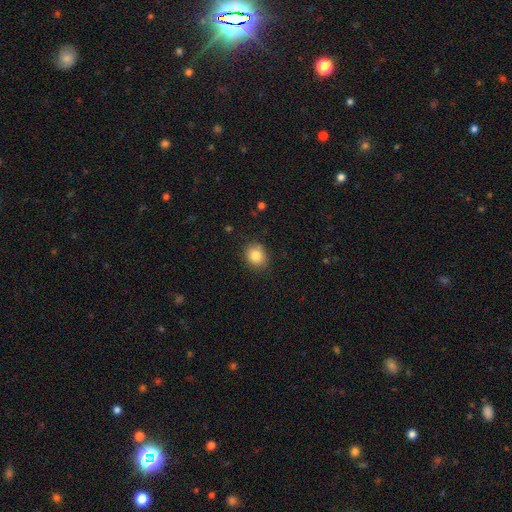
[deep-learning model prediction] Smooth or featured: smooth — 83% (star or artifact — 10%)
How rounded: round — 62% (in between — 37%)
Merging: none — 87% (minor disturbance — 10%)